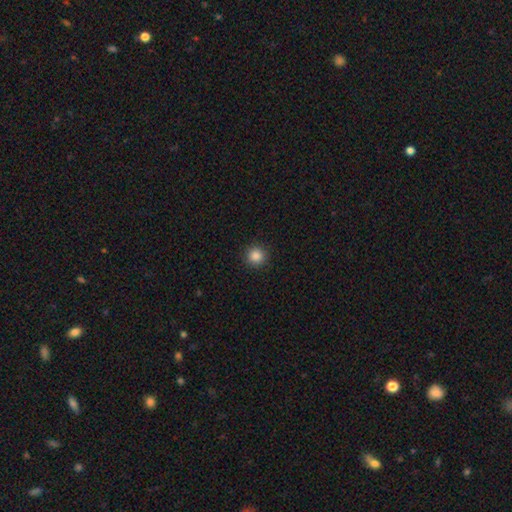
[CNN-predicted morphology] Smooth or featured? smooth (86%)
How rounded? round (95%)
Merging? none (92%)